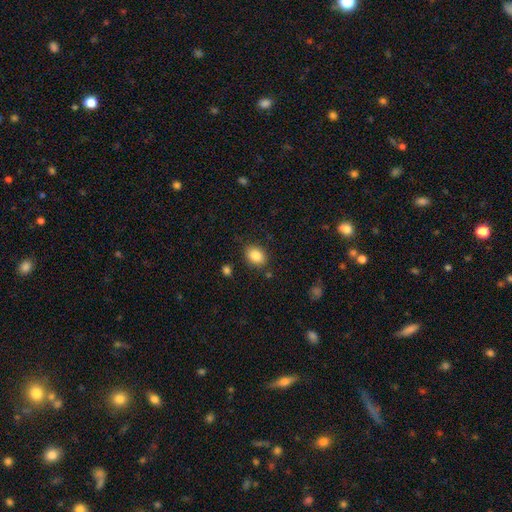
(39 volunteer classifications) Smooth or featured?
  - smooth: 74% *
  - featured or disk: 21%
  - star or artifact: 5%
How rounded?
  - in between: 72% *
  - round: 28%
  - cigar-shaped: 0%
Merging?
  - none: 86% *
  - minor disturbance: 11%
  - merger: 3%
  - major disturbance: 0%